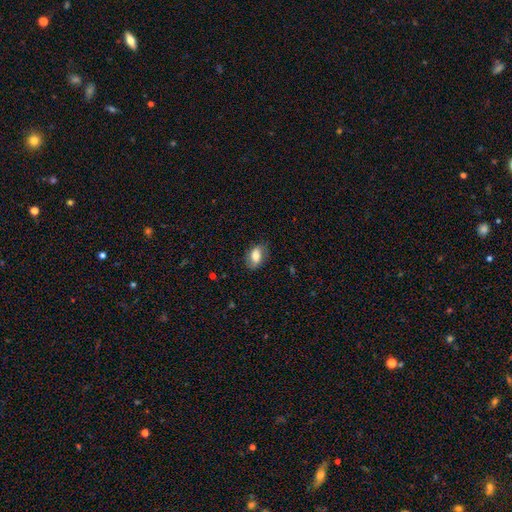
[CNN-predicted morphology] A smooth galaxy with no disk features (68%) that is in between round and cigar-shaped (86%). Merging: none (75%).